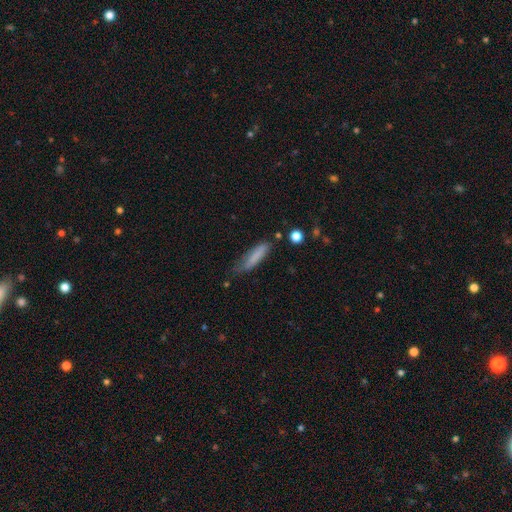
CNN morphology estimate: smooth-or-featured: smooth: 78% | featured or disk: 15% | star or artifact: 7%
  how-rounded: cigar-shaped: 78% | in between: 21% | round: 2%
  merging: none: 57% | minor disturbance: 30% | major disturbance: 9% | merger: 3%